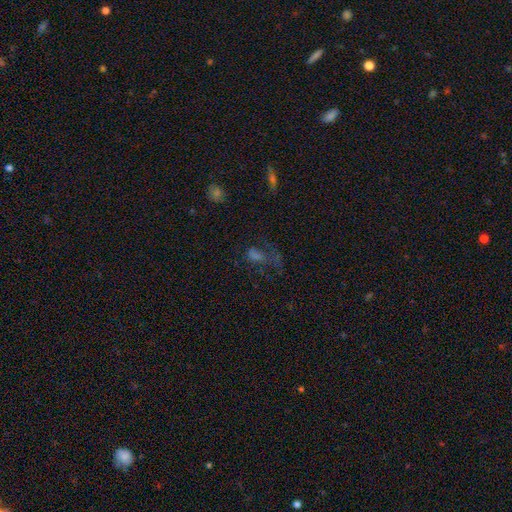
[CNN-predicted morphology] Smooth or featured?
  - smooth: 35% * (tied)
  - star or artifact: 35% * (tied)
  - featured or disk: 29%
Merging?
  - major disturbance: 39% *
  - none: 37%
  - minor disturbance: 17%
  - merger: 7%